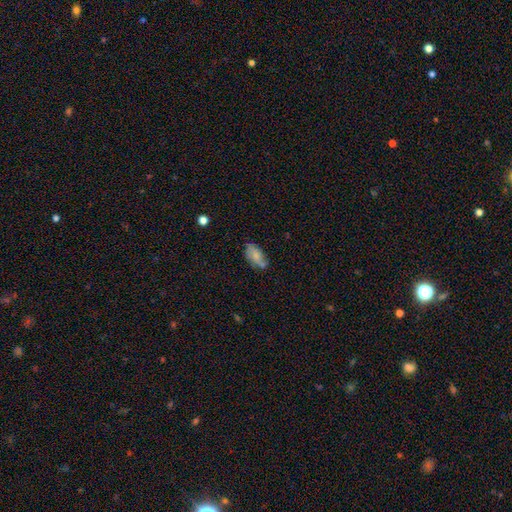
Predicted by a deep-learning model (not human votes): The model was most divided on "merging": none: 56%, minor disturbance: 28%, merger: 9%, major disturbance: 8%. More confident: how rounded — in between (90%); smooth or featured — smooth (69%).